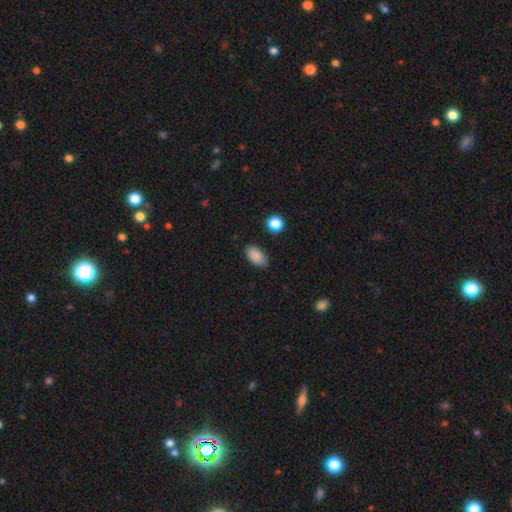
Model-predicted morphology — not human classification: The model was most divided on "merging": none: 79%, minor disturbance: 16%, major disturbance: 3%, merger: 2%. More confident: how rounded — in between (92%); smooth or featured — smooth (87%).